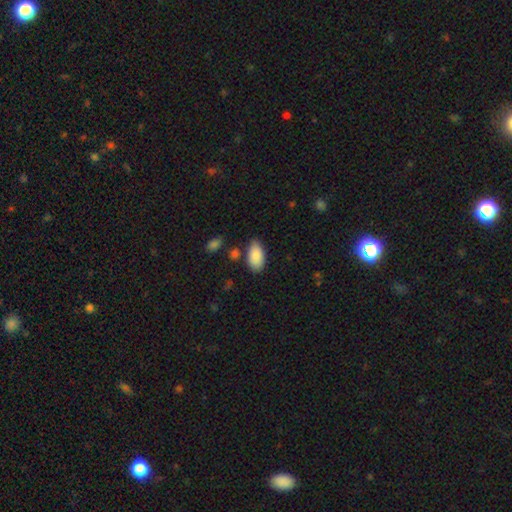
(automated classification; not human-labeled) Q: Smooth or featured?
A: smooth (88%); runner-up: star or artifact (6%)
Q: How rounded?
A: in between (94%); runner-up: cigar-shaped (3%)
Q: Merging?
A: none (77%); runner-up: minor disturbance (15%)